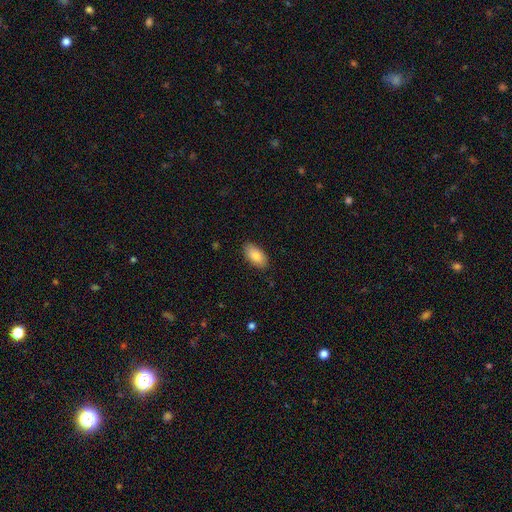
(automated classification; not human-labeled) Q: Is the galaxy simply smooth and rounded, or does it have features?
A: smooth — 87%.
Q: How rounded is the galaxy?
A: in between — 94%.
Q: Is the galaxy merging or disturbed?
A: none — 87%.